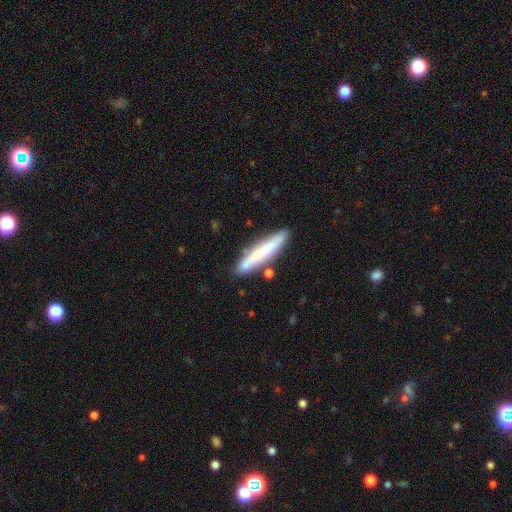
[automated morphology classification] Q: Smooth or featured?
A: smooth (65%); runner-up: featured or disk (29%)
Q: How rounded?
A: cigar-shaped (89%); runner-up: in between (10%)
Q: Merging?
A: none (79%); runner-up: minor disturbance (13%)